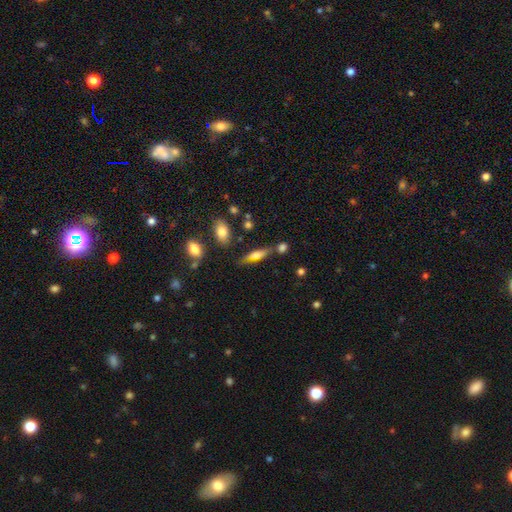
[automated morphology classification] Smooth or featured? smooth (63%)
How rounded? cigar-shaped (65%)
Merging? none (65%)